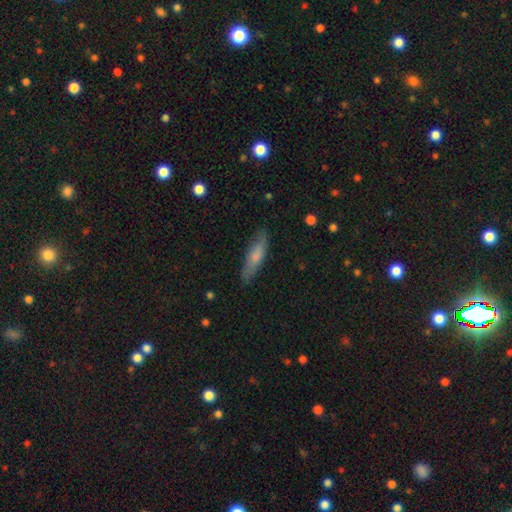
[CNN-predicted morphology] The model was most divided on "smooth or featured": smooth: 67%, featured or disk: 27%, star or artifact: 6%. More confident: merging — none (84%); how rounded — cigar-shaped (70%).